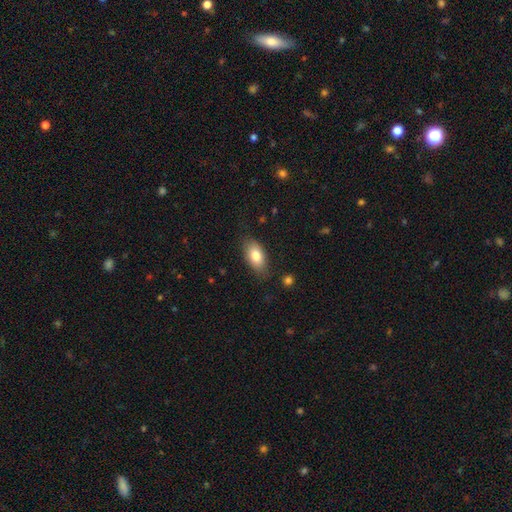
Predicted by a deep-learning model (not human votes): Overall: smooth (80%). How rounded: in between (91%). Merging: none (81%).